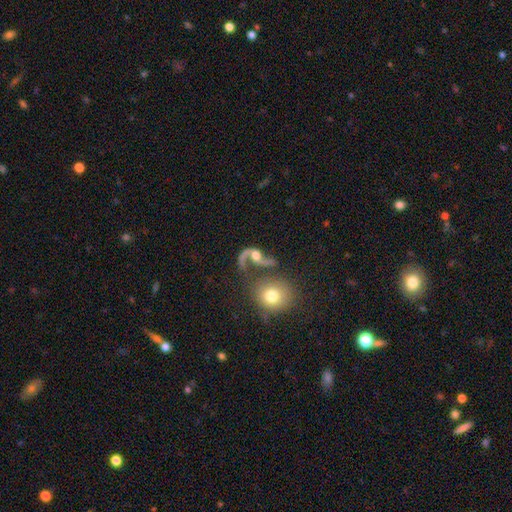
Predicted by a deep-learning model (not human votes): Smooth or featured? featured or disk (81%)
Edge-on disk? no (96%)
Bar? no (59%)
Spiral arms? yes (90%)
Spiral winding? loose (82%)
Spiral arm count? 2 (83%)
Bulge size? moderate (57%)
Merging? none (33%)